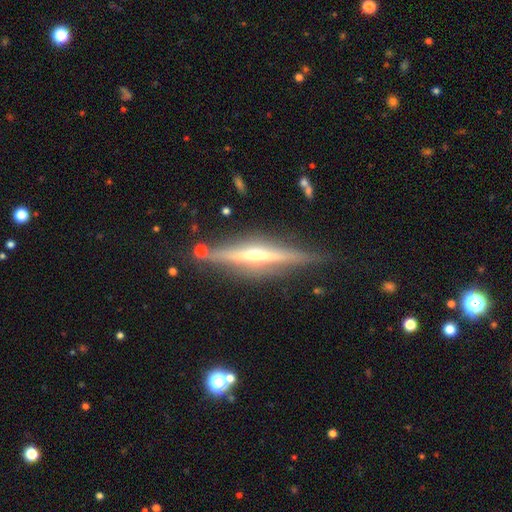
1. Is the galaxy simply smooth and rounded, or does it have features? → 92% featured or disk, 8% smooth, 0% star or artifact.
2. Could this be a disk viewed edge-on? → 100% yes, 0% no.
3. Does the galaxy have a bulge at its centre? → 97% rounded, 3% none, 0% boxy.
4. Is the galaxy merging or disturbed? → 82% none, 11% minor disturbance, 5% major disturbance, 3% merger.